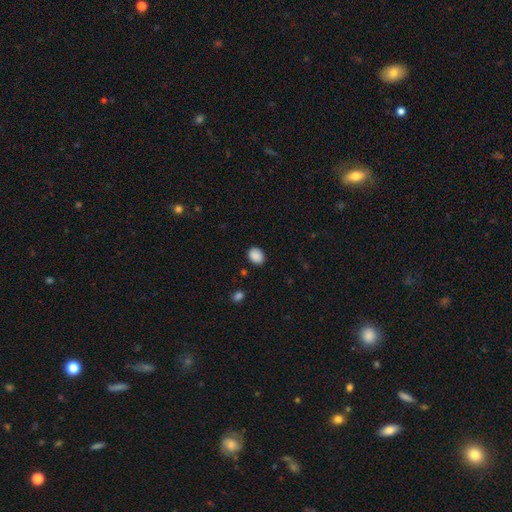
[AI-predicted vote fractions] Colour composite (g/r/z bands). It shows a smooth galaxy with no disk features (89%) that is round (52%). Merging: none (87%).